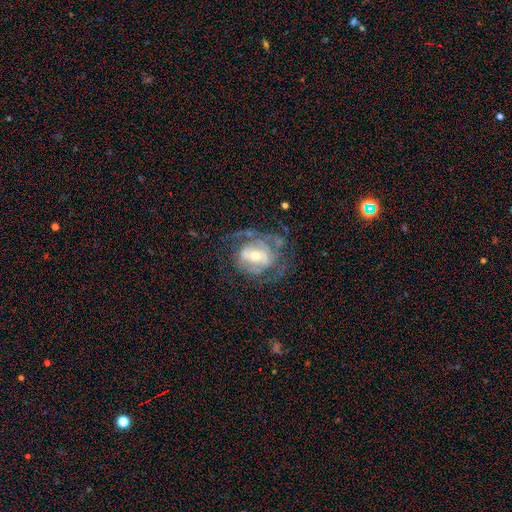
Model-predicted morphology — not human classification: type=featured or disk (77%); edge-on=no (97%); bar=no (42%); spiral arms=yes (75%); winding=tight (44%); arm count=2 (41%); bulge=moderate (56%); merging=none (53%).